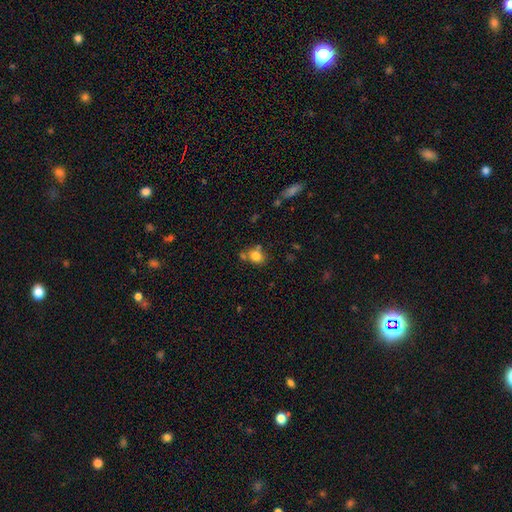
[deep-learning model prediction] Q: Smooth or featured?
A: smooth (79%); runner-up: star or artifact (12%)
Q: How rounded?
A: round (57%); runner-up: in between (42%)
Q: Merging?
A: none (60%); runner-up: merger (20%)